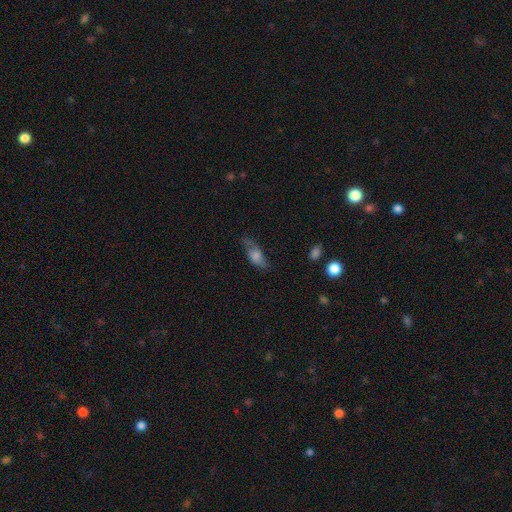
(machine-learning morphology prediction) This appears to be a smooth galaxy with no disk features (60%) that is in between round and cigar-shaped (78%). Merging: none (54%).